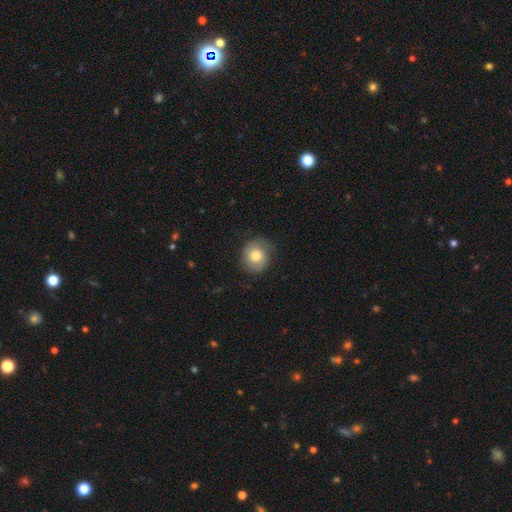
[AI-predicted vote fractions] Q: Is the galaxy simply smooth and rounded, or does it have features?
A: smooth — 63%.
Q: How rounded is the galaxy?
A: round — 80%.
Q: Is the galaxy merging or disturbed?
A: none — 71%.